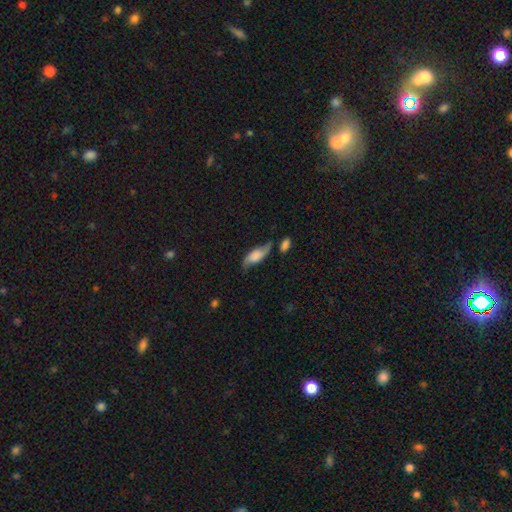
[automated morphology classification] smooth_or_featured: smooth (p=0.47) [alt: featured or disk p=0.45]
merging: none (p=0.52) [alt: minor disturbance p=0.25]